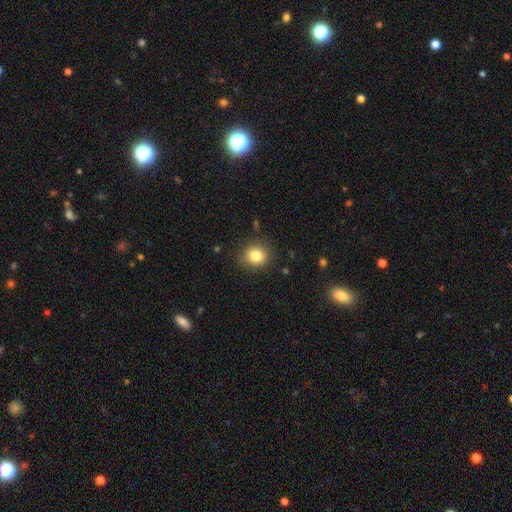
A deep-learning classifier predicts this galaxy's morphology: A smooth galaxy with no disk features (83%) that is round (78%).

Vote fractions:
- Smooth or featured? smooth: 83% / star or artifact: 11% / featured or disk: 6%
- How rounded? round: 78% / in between: 21% / cigar-shaped: 1%
- Merging? none: 87% / minor disturbance: 9% / major disturbance: 3% / merger: 1%